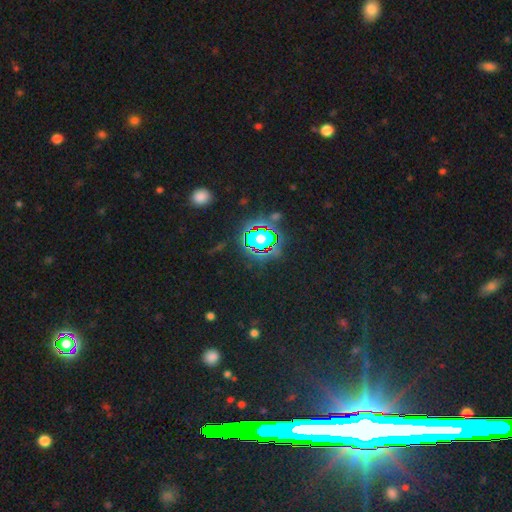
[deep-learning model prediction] Overall: star or artifact (80%).